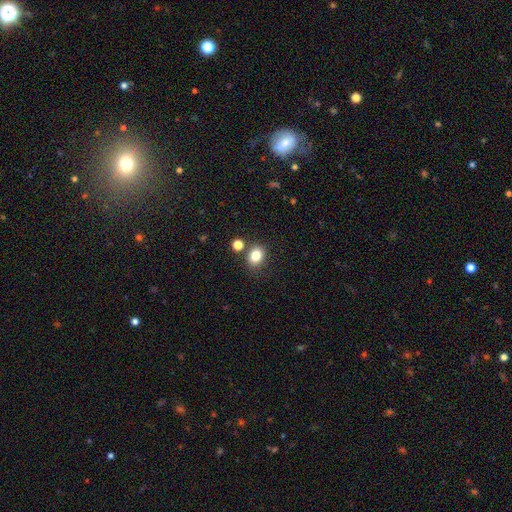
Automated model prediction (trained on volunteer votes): Smooth or featured? Predicted: smooth (p=0.83). How rounded? Predicted: round (p=0.51). Merging? Predicted: none (p=0.74).